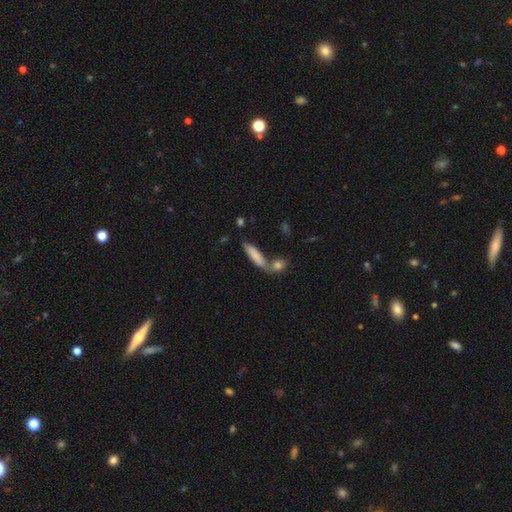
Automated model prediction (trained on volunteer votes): Smooth or featured? smooth (80%)
How rounded? cigar-shaped (63%)
Merging? none (50%)